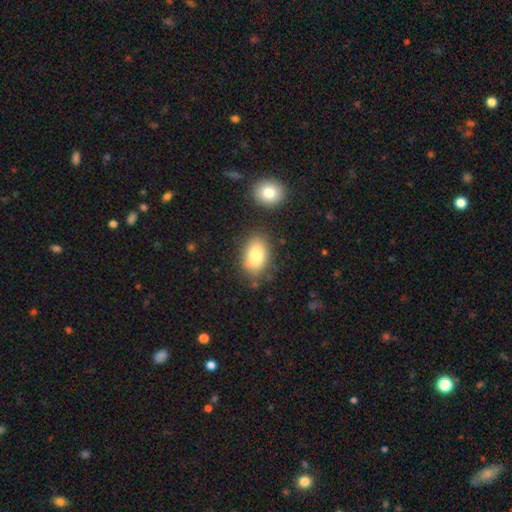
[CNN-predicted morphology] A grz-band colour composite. It shows a smooth galaxy with no disk features (81%) that is in between round and cigar-shaped (87%). Merging: none (75%).